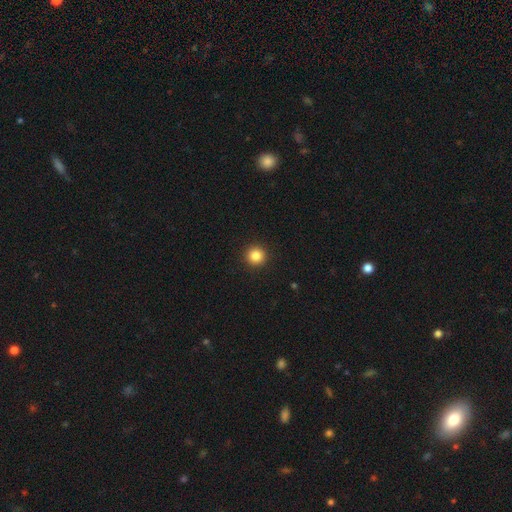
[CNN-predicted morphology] Smooth or featured: smooth — 85% (star or artifact — 11%)
How rounded: round — 96% (in between — 3%)
Merging: none — 93% (minor disturbance — 4%)